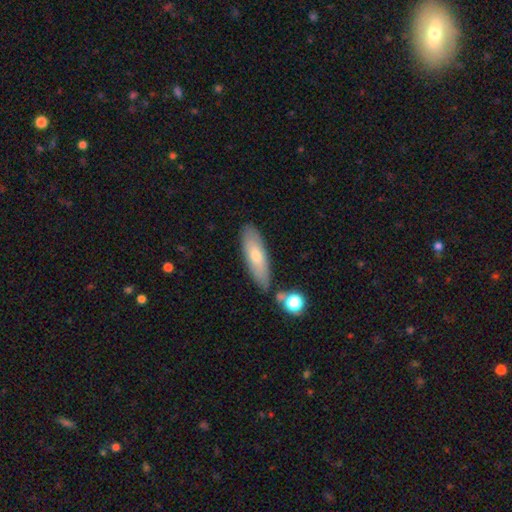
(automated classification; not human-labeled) Smooth or featured: smooth — 65% (featured or disk — 28%)
How rounded: cigar-shaped — 54% (in between — 43%)
Merging: none — 76% (minor disturbance — 15%)